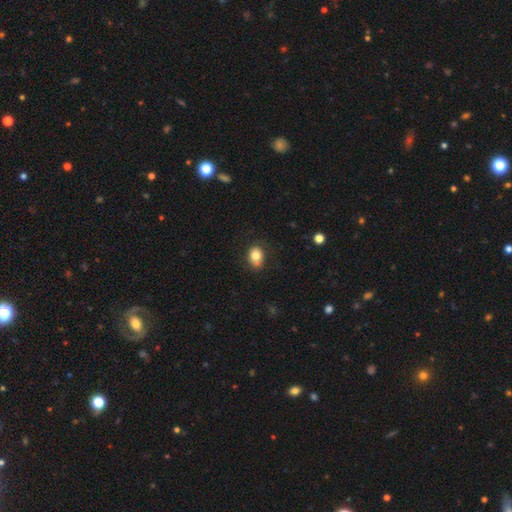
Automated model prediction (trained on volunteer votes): A smooth galaxy with no disk features (80%) that is in between round and cigar-shaped (72%).

Vote fractions:
- Smooth or featured? smooth: 80% / featured or disk: 11% / star or artifact: 9%
- How rounded? in between: 72% / round: 27% / cigar-shaped: 1%
- Merging? none: 74% / minor disturbance: 20% / major disturbance: 5% / merger: 1%